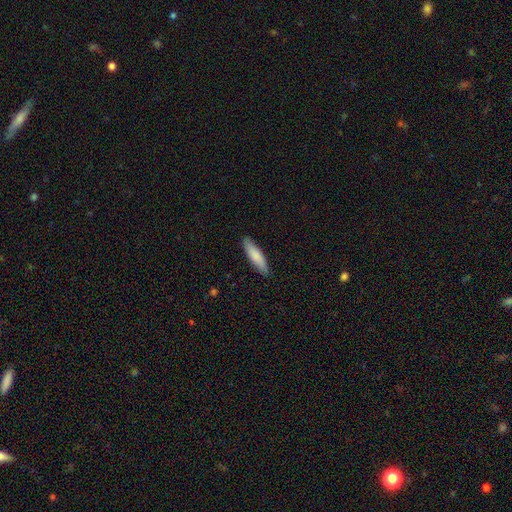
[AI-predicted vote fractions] Q: Smooth or featured?
A: smooth (81%); runner-up: featured or disk (13%)
Q: How rounded?
A: cigar-shaped (70%); runner-up: in between (29%)
Q: Merging?
A: none (88%); runner-up: minor disturbance (9%)